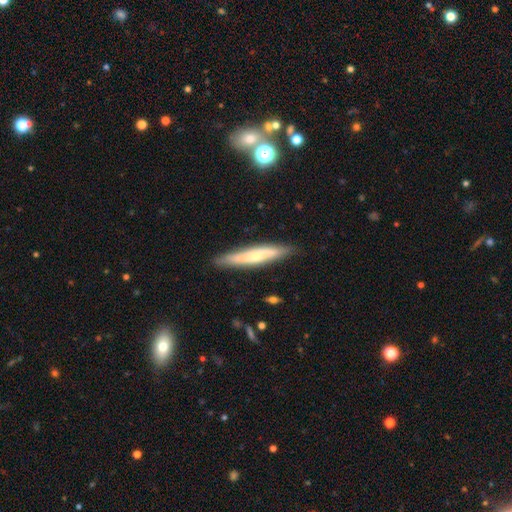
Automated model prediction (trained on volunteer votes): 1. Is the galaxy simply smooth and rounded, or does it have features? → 49% smooth, 45% featured or disk, 6% star or artifact.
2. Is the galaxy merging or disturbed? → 85% none, 11% minor disturbance, 2% major disturbance, 1% merger.